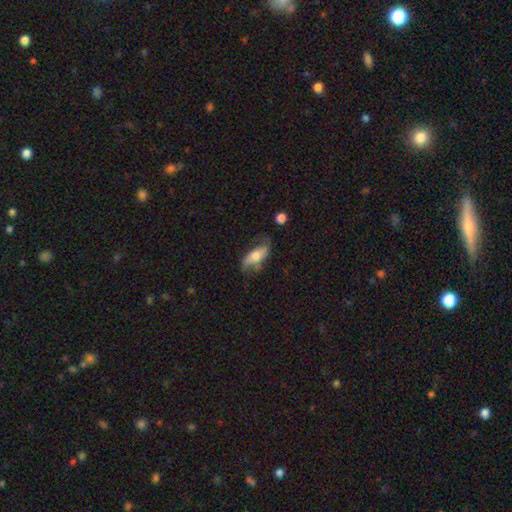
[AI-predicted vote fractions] The model was most divided on "smooth or featured": featured or disk: 57%, smooth: 36%, star or artifact: 7%. More confident: edge-on disk — no (80%); merging — none (59%).